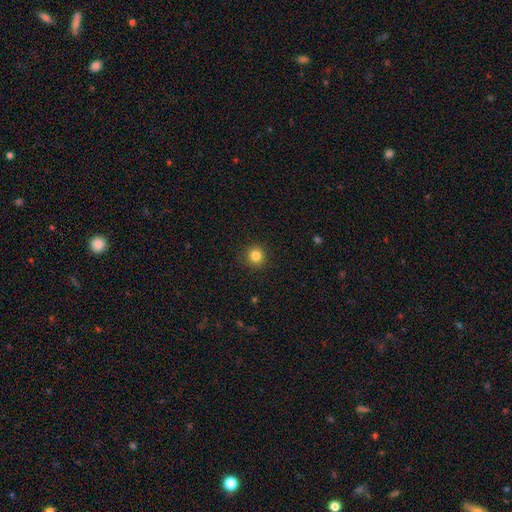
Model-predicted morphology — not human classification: The model was most divided on "smooth or featured": smooth: 84%, star or artifact: 11%, featured or disk: 5%. More confident: how rounded — round (95%); merging — none (91%).